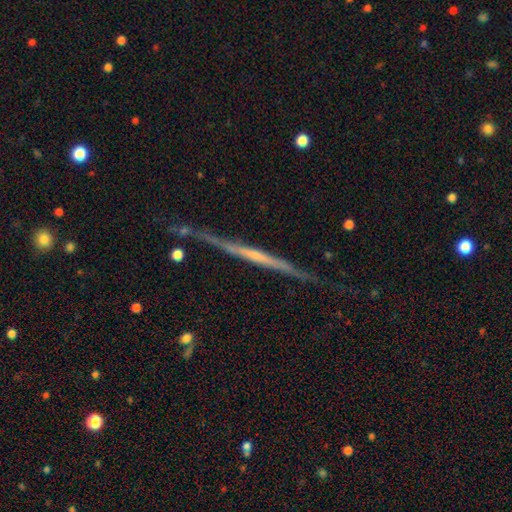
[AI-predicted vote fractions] smooth_or_featured: featured or disk (p=0.73) [alt: smooth p=0.20]
disk_edge_on: yes (p=0.97) [alt: no p=0.03]
edge_on_bulge: none (p=0.73) [alt: rounded p=0.17]
merging: none (p=0.77) [alt: minor disturbance p=0.16]